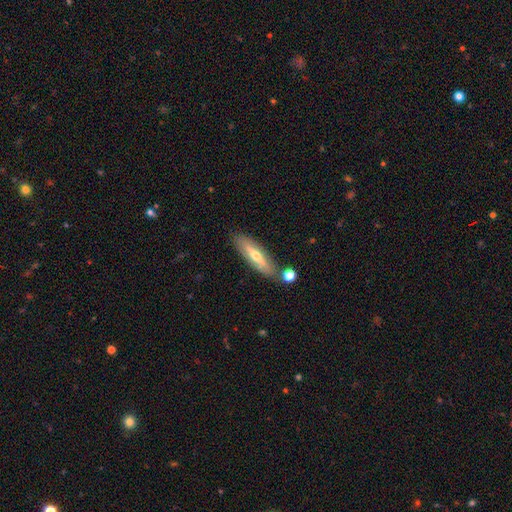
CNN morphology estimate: Smooth or featured?
  - featured or disk: 52% *
  - smooth: 41%
  - star or artifact: 7%
Edge-on disk?
  - yes: 61% *
  - no: 39%
Merging?
  - none: 79% *
  - minor disturbance: 13%
  - merger: 5%
  - major disturbance: 3%